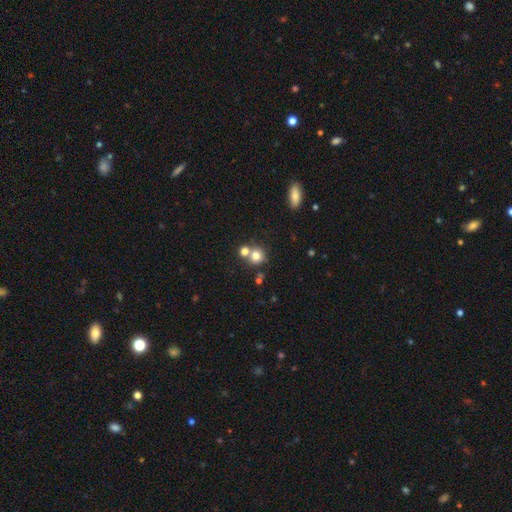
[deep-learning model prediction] smooth_or_featured: smooth (p=0.77) [alt: star or artifact p=0.13]
how_rounded: round (p=0.86) [alt: in between p=0.13]
merging: none (p=0.51) [alt: merger p=0.38]